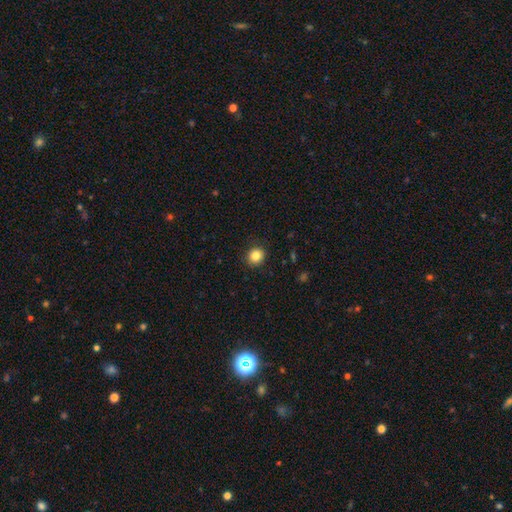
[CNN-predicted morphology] This appears to be a smooth galaxy with no disk features (84%) that is round (85%). Merging: none (91%).